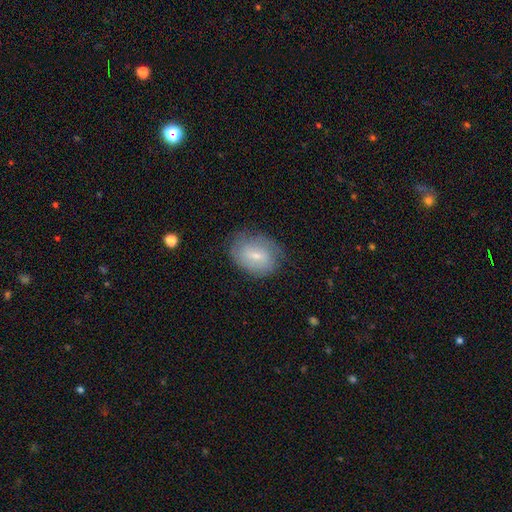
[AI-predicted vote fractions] Smooth or featured: smooth — 52% (featured or disk — 40%)
How rounded: in between — 68% (round — 30%)
Merging: none — 69% (minor disturbance — 22%)